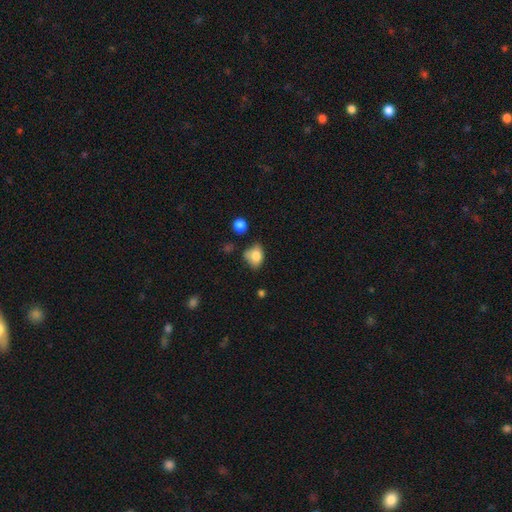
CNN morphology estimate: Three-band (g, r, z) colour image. It shows a smooth galaxy with no disk features (78%) that is in between round and cigar-shaped (63%). Merging: none (44%).